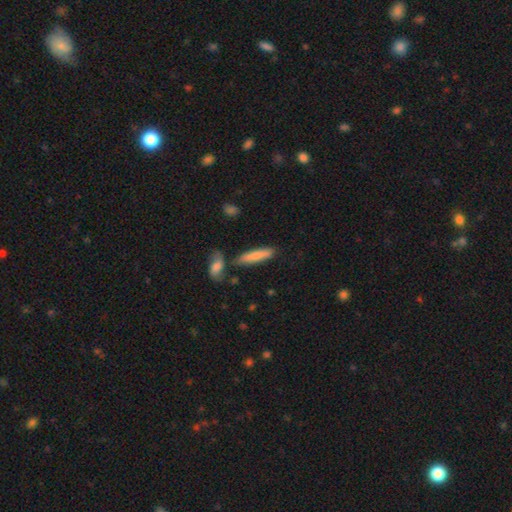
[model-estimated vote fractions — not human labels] The model was most divided on "smooth or featured": smooth: 77%, featured or disk: 17%, star or artifact: 6%. More confident: how rounded — cigar-shaped (80%); merging — none (75%).